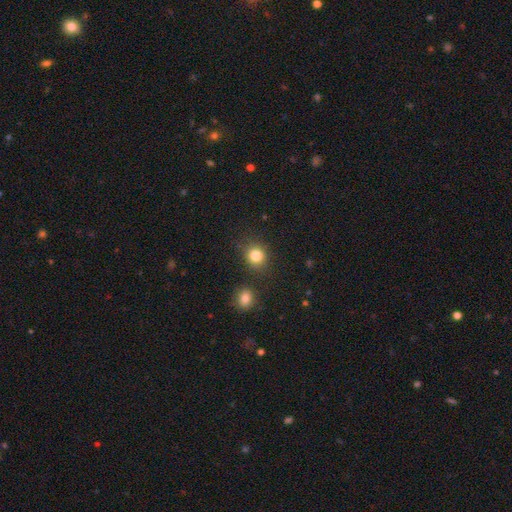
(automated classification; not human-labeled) Smooth or featured?
  - smooth: 82% *
  - star or artifact: 12%
  - featured or disk: 5%
How rounded?
  - round: 82% *
  - in between: 17%
  - cigar-shaped: 1%
Merging?
  - none: 81% *
  - minor disturbance: 9%
  - merger: 7%
  - major disturbance: 3%